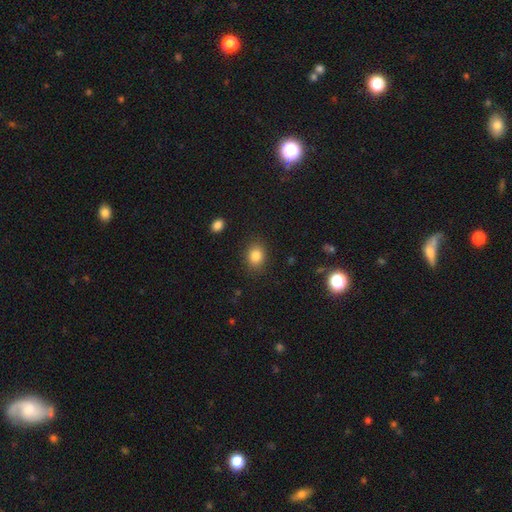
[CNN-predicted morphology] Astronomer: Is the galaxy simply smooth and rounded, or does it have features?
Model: smooth — 84%.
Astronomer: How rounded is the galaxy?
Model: round — 55% (runner-up: in between, 44%).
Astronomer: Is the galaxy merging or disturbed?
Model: none — 87%.